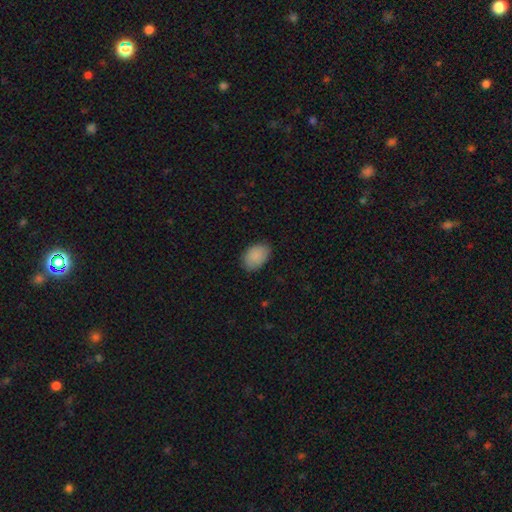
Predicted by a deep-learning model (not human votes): Overall: smooth (89%). How rounded: in between (86%). Merging: none (82%).